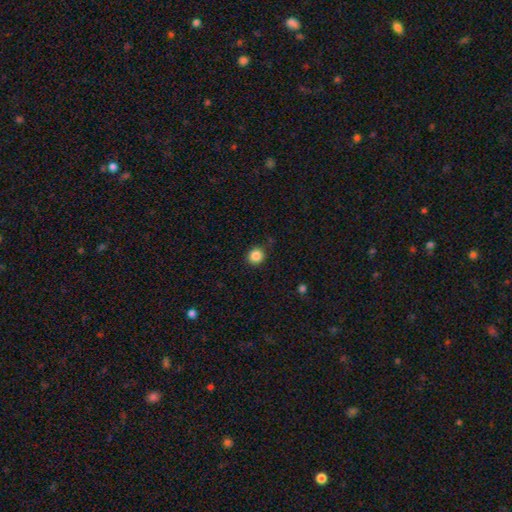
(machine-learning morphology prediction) smooth 86%, star or artifact 10%, featured or disk 3%. Down the decision tree: how rounded — round (88%); merging — none (87%).